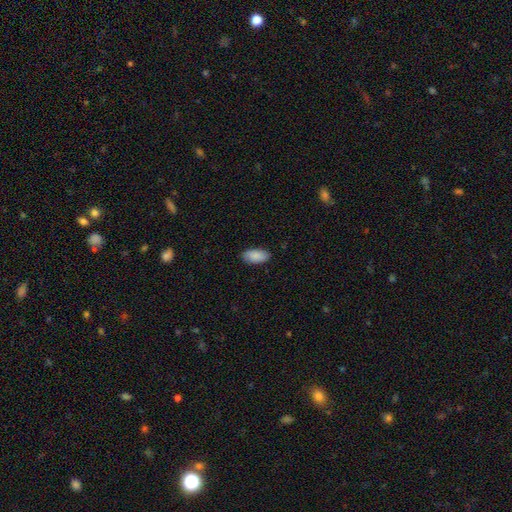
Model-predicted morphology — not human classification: A smooth galaxy with no disk features (89%) that is in between round and cigar-shaped (94%).

Vote fractions:
- Smooth or featured? smooth: 89% / star or artifact: 6% / featured or disk: 5%
- How rounded? in between: 94% / cigar-shaped: 4% / round: 2%
- Merging? none: 87% / minor disturbance: 10% / major disturbance: 2% / merger: 1%